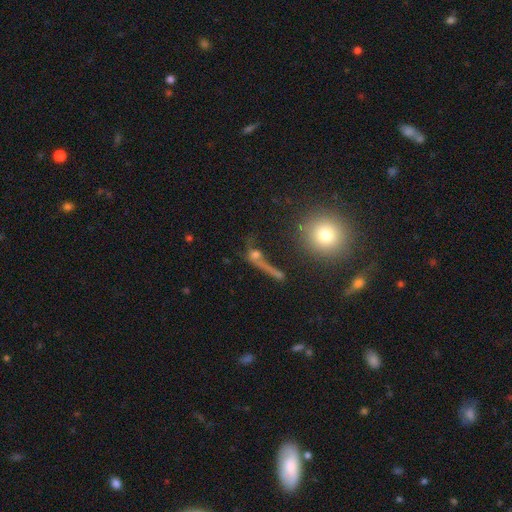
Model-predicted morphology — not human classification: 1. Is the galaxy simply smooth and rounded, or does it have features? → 45% smooth, 29% featured or disk, 26% star or artifact.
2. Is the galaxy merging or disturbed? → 53% none, 19% merger, 15% major disturbance, 13% minor disturbance.